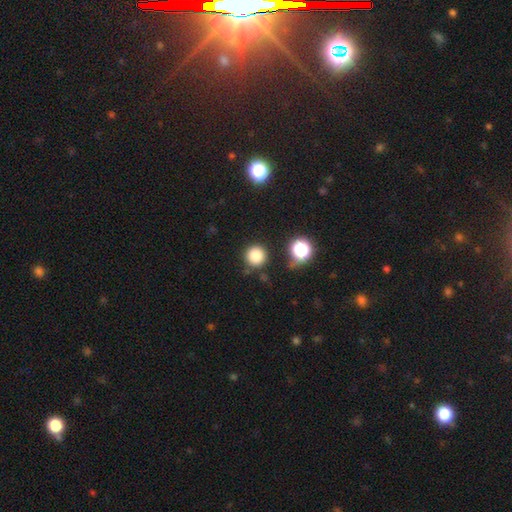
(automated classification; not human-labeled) smooth 82%, star or artifact 13%, featured or disk 5%. Down the decision tree: how rounded — round (95%); merging — none (83%).